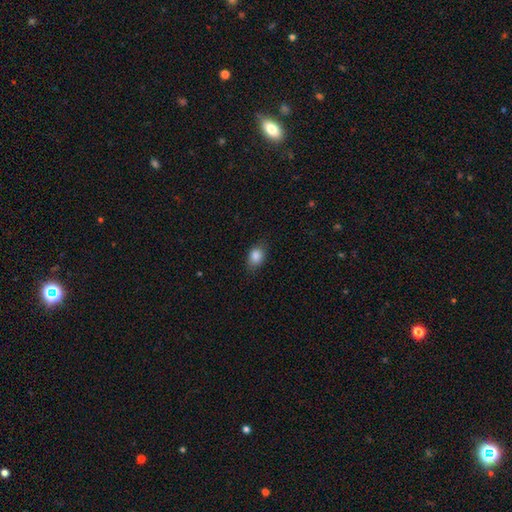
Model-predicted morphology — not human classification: A smooth galaxy with no disk features (86%) that is in between round and cigar-shaped (73%). Merging: none (79%).